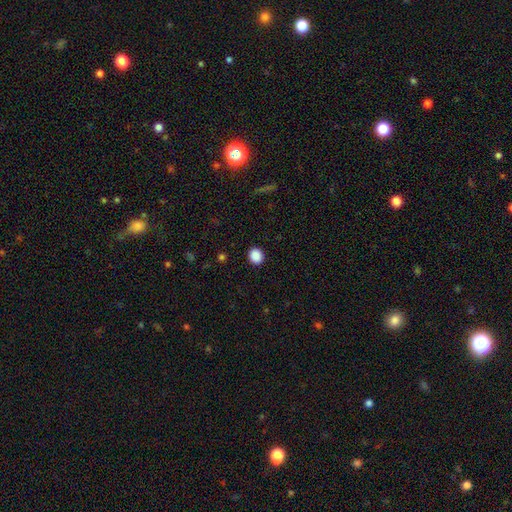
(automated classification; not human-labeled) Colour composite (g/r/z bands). It shows a smooth galaxy with no disk features (89%) that is round (76%). Merging: none (91%).